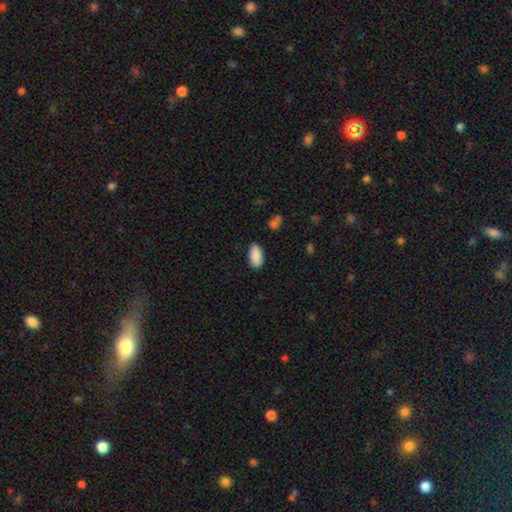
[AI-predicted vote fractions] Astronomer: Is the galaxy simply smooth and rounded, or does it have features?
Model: smooth — 88%.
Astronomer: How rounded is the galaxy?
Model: in between — 93%.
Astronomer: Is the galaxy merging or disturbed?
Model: none — 85%.